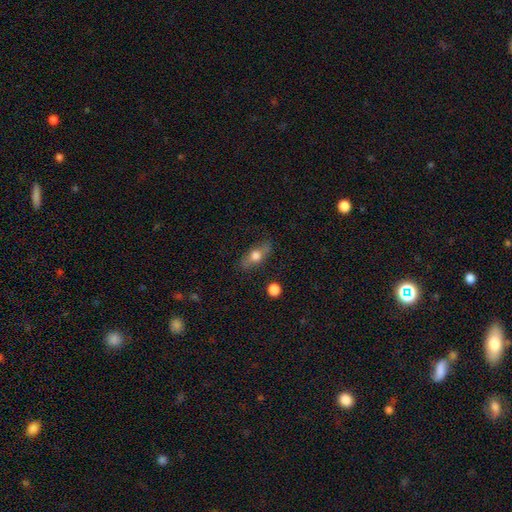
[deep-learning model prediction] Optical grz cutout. It shows a smooth galaxy with no disk features (57%) that is in between round and cigar-shaped (68%). Merging: none (78%).